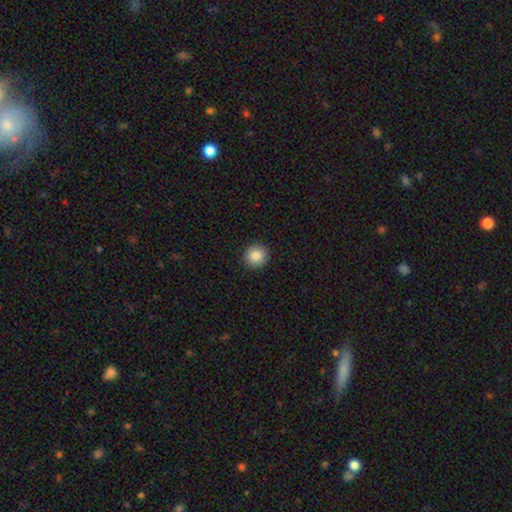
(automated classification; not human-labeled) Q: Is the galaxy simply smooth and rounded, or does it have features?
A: smooth — 87%.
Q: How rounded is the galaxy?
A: round — 92%.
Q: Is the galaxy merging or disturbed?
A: none — 92%.